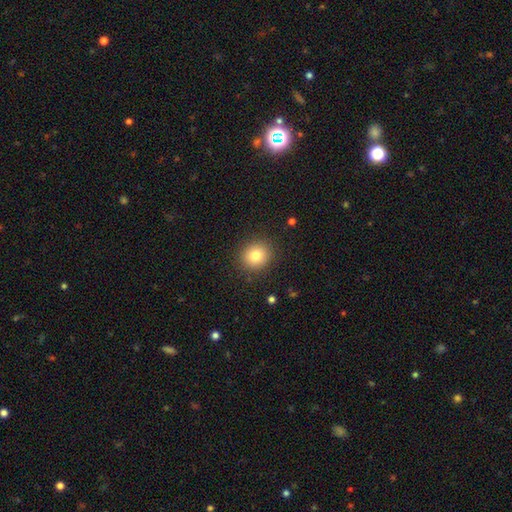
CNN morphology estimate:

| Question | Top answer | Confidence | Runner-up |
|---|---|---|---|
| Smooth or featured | smooth | 81% | star or artifact (11%) |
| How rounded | round | 87% | in between (12%) |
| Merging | none | 90% | minor disturbance (7%) |